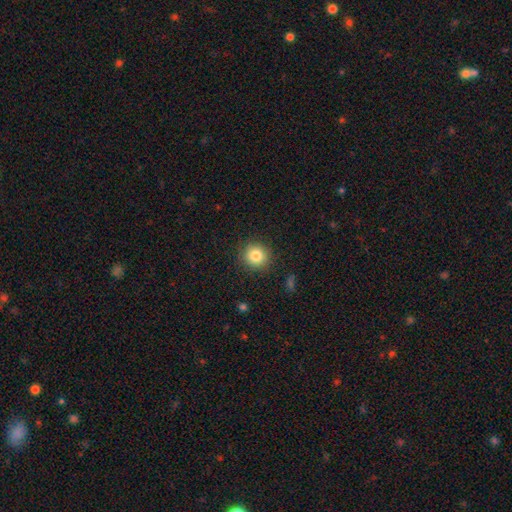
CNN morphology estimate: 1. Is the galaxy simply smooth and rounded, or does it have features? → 83% smooth, 11% star or artifact, 6% featured or disk.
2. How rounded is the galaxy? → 93% round, 6% in between, 1% cigar-shaped.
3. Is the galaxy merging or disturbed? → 89% none, 7% minor disturbance, 2% major disturbance, 1% merger.